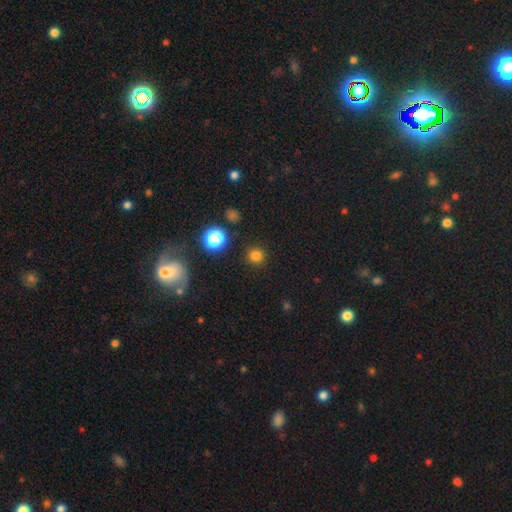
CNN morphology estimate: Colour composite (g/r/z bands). It shows a smooth galaxy with no disk features (78%) that is round (94%). Merging: none (90%).